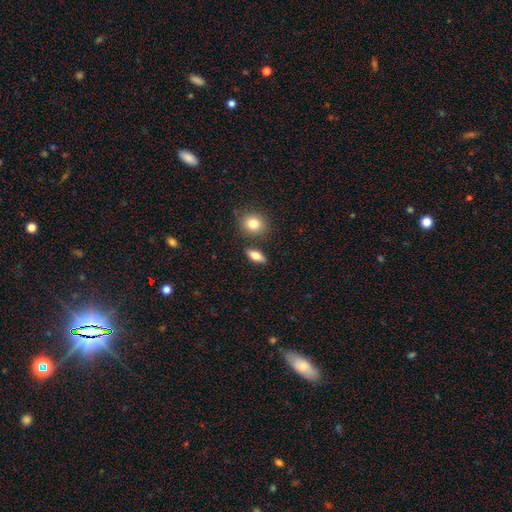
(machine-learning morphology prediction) smooth 76%, featured or disk 16%, star or artifact 8%. Down the decision tree: how rounded — in between (76%); merging — none (81%).